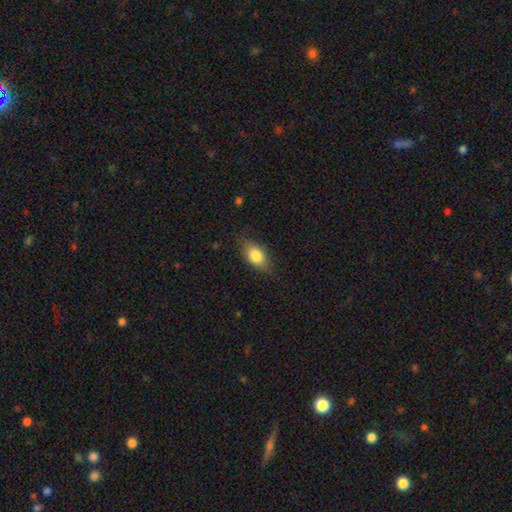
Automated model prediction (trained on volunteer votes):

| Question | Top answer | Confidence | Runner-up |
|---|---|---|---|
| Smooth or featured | smooth | 80% | featured or disk (12%) |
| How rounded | in between | 85% | round (10%) |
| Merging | none | 77% | minor disturbance (18%) |